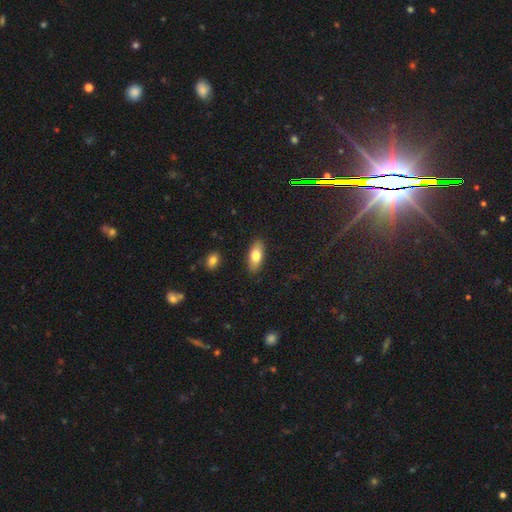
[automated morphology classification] This appears to be a smooth galaxy with no disk features (75%) that is in between round and cigar-shaped (81%). Merging: none (88%).